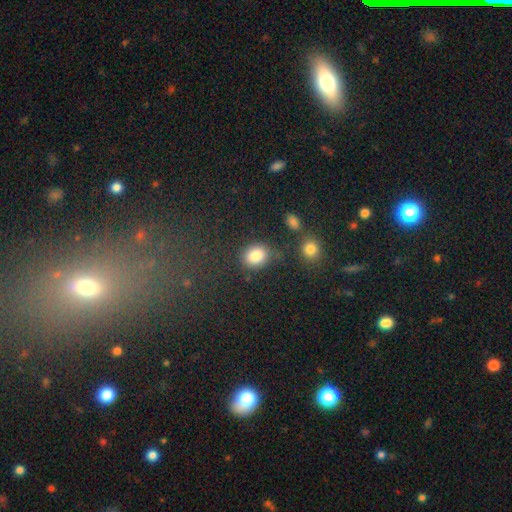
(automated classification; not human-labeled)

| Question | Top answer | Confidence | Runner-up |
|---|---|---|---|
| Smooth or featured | smooth | 85% | star or artifact (9%) |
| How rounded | in between | 53% | round (46%) |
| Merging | none | 69% | minor disturbance (17%) |